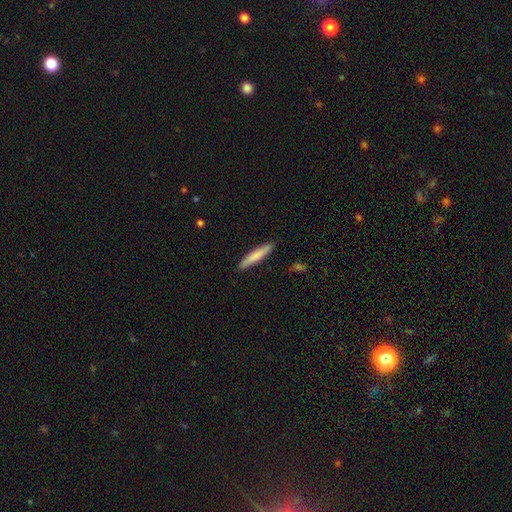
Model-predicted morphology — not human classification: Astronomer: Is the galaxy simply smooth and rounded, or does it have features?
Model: smooth — 77%.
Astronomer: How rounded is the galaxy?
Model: cigar-shaped — 91%.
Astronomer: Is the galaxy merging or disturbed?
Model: none — 89%.